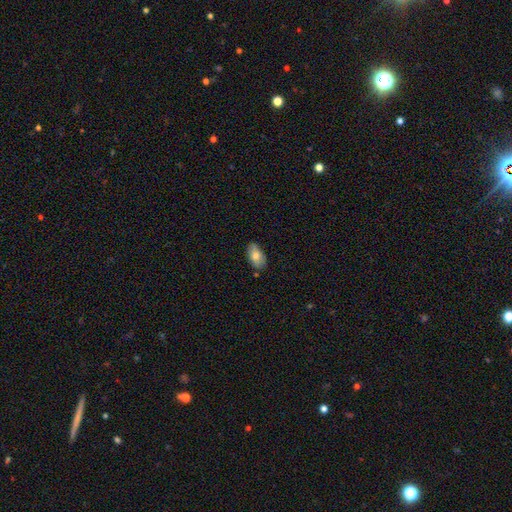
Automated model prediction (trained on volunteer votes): Smooth or featured?
  - smooth: 75% *
  - featured or disk: 18%
  - star or artifact: 7%
How rounded?
  - in between: 93% *
  - round: 4%
  - cigar-shaped: 3%
Merging?
  - none: 77% *
  - minor disturbance: 18%
  - major disturbance: 3%
  - merger: 2%